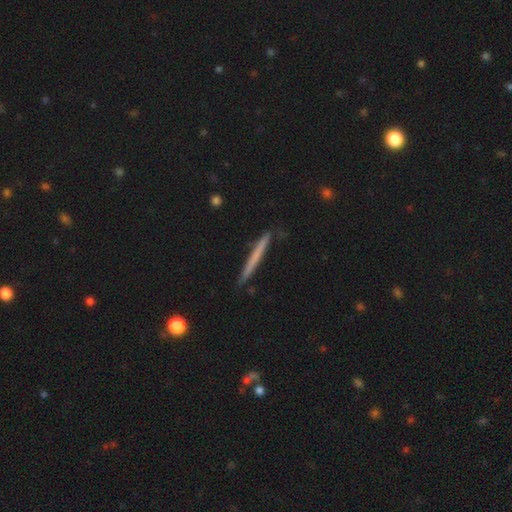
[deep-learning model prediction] A smooth galaxy with no disk features (56%) that is cigar-shaped (97%). Merging: none (87%).